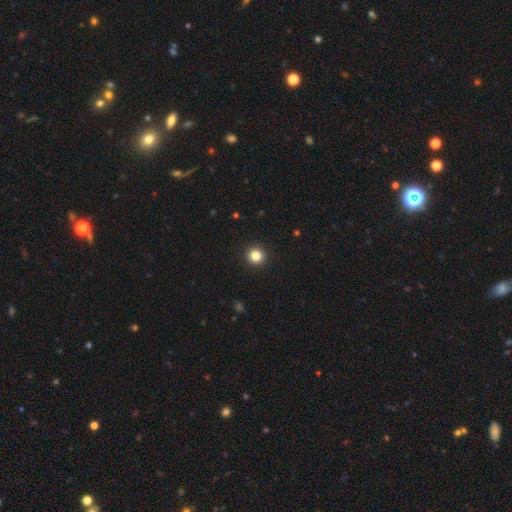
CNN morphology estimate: Overall: smooth (83%). How rounded: round (95%). Merging: none (93%).